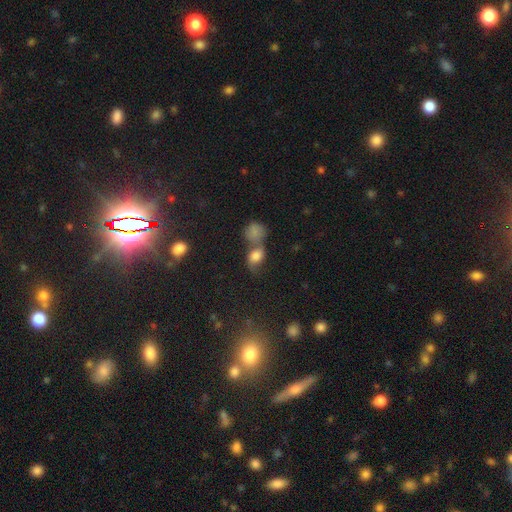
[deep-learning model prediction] smooth-or-featured: smooth: 68% | featured or disk: 17% | star or artifact: 15%
  how-rounded: in between: 62% | round: 36% | cigar-shaped: 2%
  merging: merger: 50% | none: 28% | minor disturbance: 12% | major disturbance: 9%